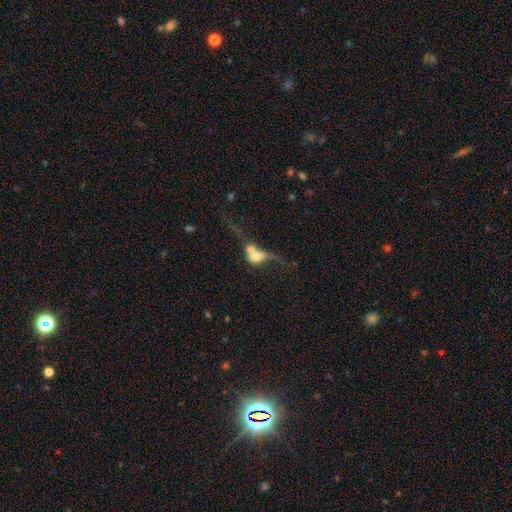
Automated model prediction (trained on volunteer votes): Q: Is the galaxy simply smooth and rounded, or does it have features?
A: smooth — 54%.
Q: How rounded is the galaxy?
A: in between — 59%.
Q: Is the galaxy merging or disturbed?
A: merger — 70%.